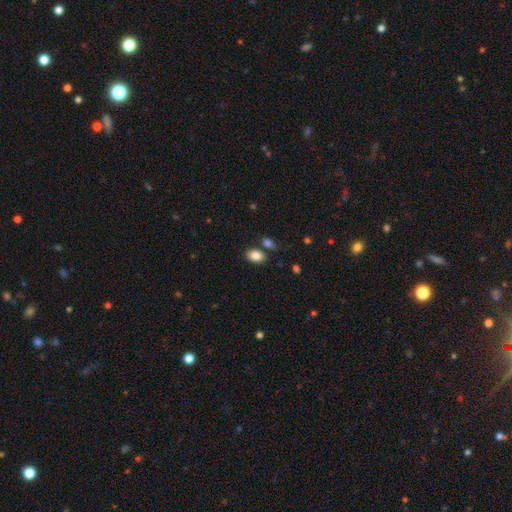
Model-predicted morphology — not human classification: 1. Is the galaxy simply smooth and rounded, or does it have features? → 85% smooth, 8% star or artifact, 7% featured or disk.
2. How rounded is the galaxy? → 86% in between, 13% round, 1% cigar-shaped.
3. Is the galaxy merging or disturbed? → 76% none, 11% minor disturbance, 10% merger, 3% major disturbance.